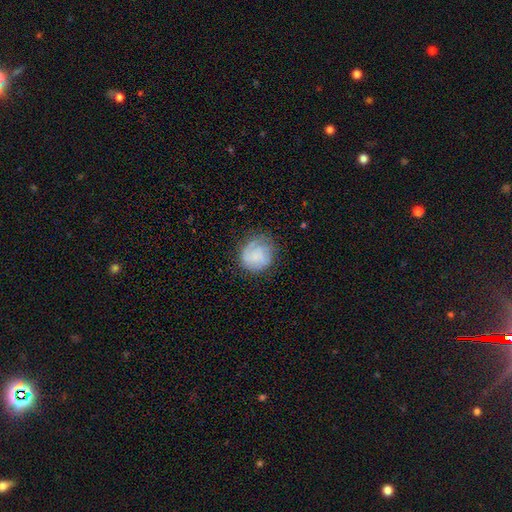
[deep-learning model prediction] This is possibly a smooth galaxy (52%). How rounded: clearly round (84%). Merging: likely none (65%).